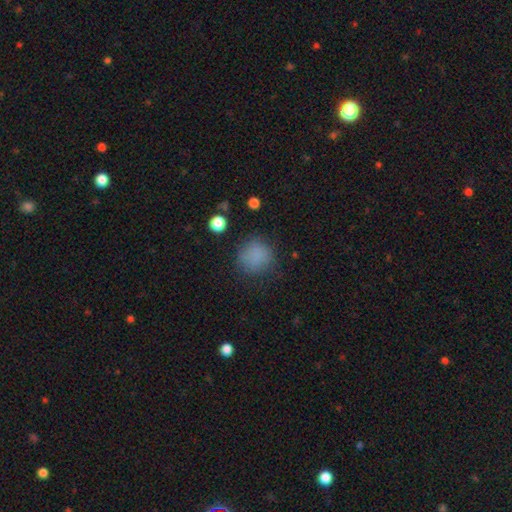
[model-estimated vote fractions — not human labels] Smooth or featured? smooth (82%)
How rounded? round (88%)
Merging? none (77%)